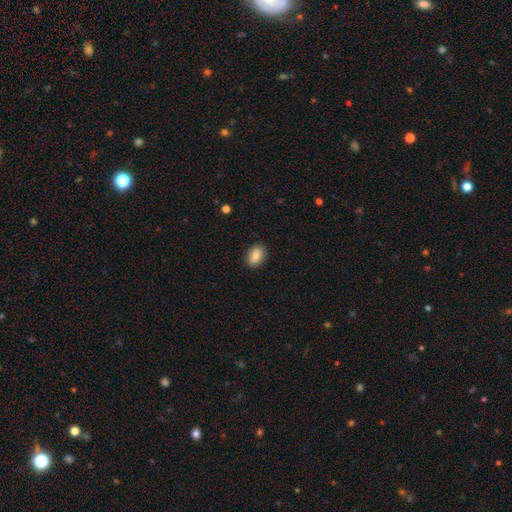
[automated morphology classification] Smooth or featured? smooth (84%)
How rounded? in between (76%)
Merging? none (89%)